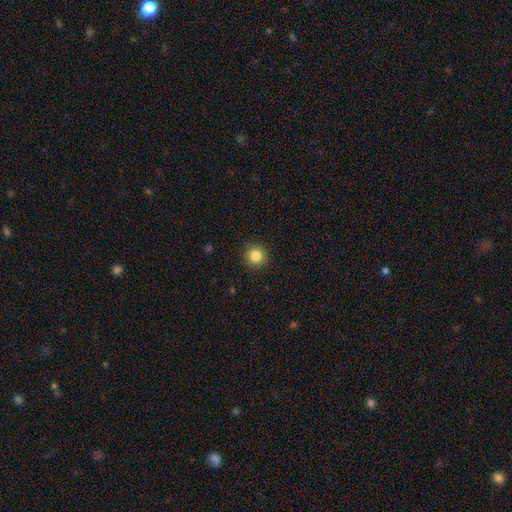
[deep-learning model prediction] Smooth or featured? Predicted: smooth (p=0.85). How rounded? Predicted: round (p=0.94). Merging? Predicted: none (p=0.91).